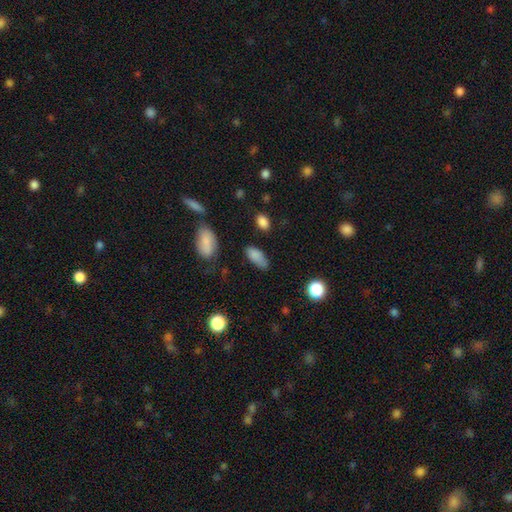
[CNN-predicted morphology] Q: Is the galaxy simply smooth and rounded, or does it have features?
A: smooth — 84%.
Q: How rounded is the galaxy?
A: in between — 86%.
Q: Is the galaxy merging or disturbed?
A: none — 65%.